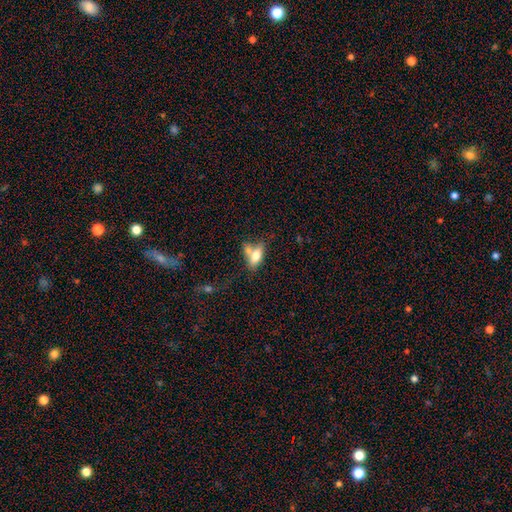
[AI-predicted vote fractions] This appears to be a smooth galaxy with no disk features (69%) that is in between round and cigar-shaped (80%). Merging: merger (42%).